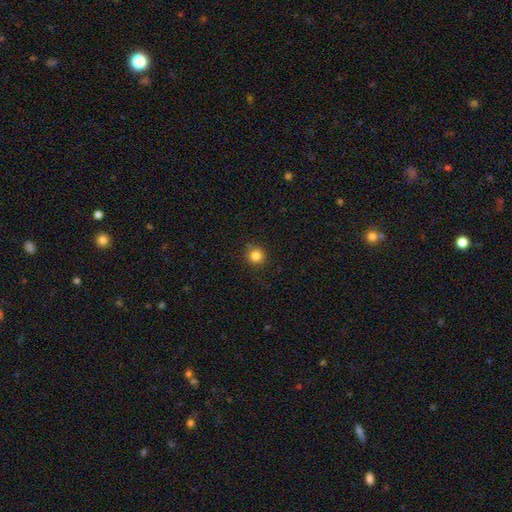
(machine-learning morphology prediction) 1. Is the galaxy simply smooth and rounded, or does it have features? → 84% smooth, 11% star or artifact, 5% featured or disk.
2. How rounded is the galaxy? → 93% round, 6% in between, 1% cigar-shaped.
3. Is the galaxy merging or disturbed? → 89% none, 7% minor disturbance, 2% major disturbance, 1% merger.